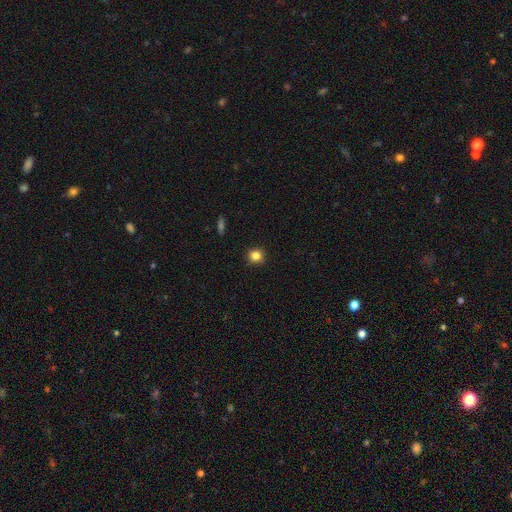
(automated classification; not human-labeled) A smooth galaxy with no disk features (82%) that is round (91%). Merging: none (90%).